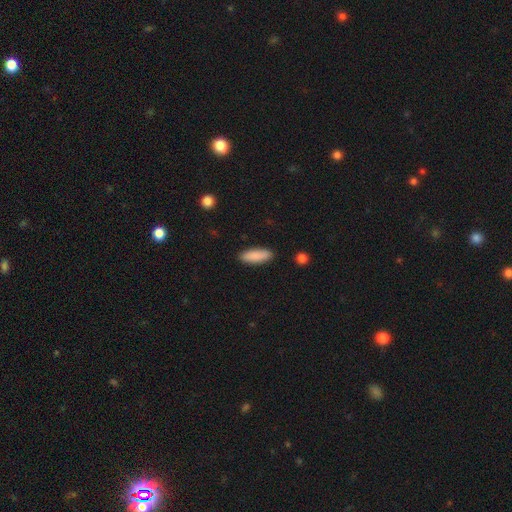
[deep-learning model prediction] This is clearly a smooth galaxy (88%). How rounded: possibly in between (58%). Merging: clearly none (89%).